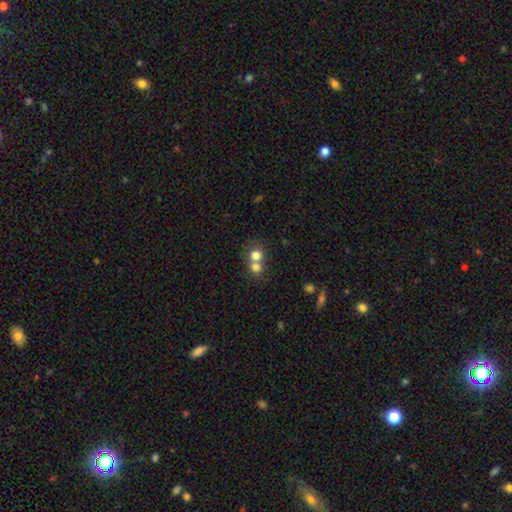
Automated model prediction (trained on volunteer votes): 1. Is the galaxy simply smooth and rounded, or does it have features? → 75% smooth, 14% featured or disk, 11% star or artifact.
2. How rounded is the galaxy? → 78% round, 22% in between, 1% cigar-shaped.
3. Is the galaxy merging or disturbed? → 63% merger, 29% none, 5% minor disturbance, 3% major disturbance.